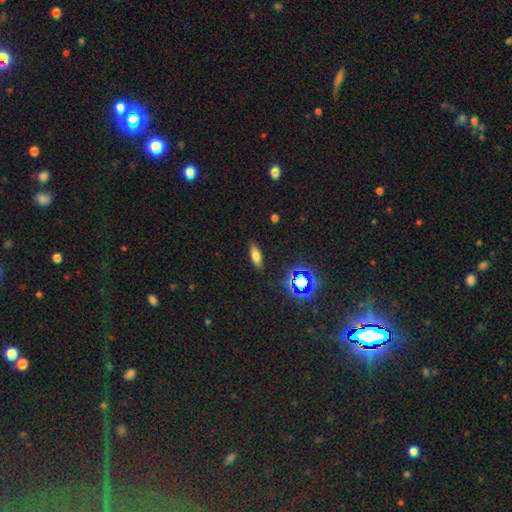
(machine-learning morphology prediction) smooth_or_featured: smooth (p=0.69) [alt: star or artifact p=0.16]
how_rounded: in between (p=0.63) [alt: cigar-shaped p=0.33]
merging: none (p=0.87) [alt: minor disturbance p=0.09]